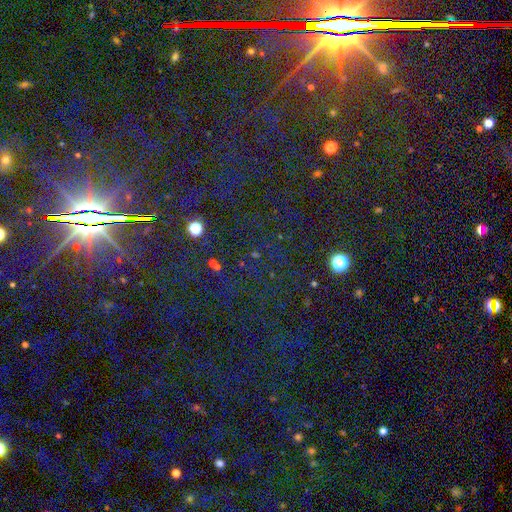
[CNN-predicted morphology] smooth-or-featured: star or artifact: 85% | smooth: 9% | featured or disk: 7%